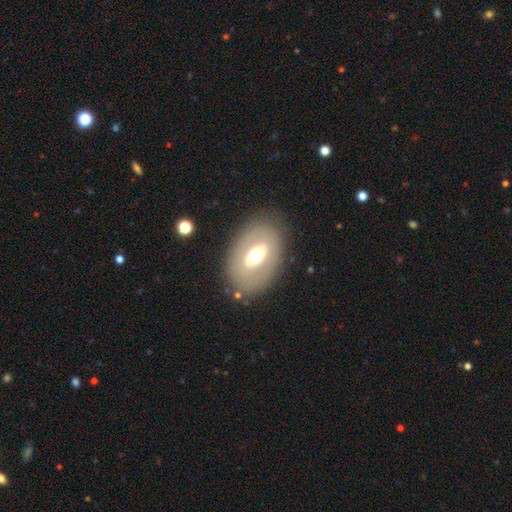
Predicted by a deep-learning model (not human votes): smooth_or_featured: featured or disk (p=0.48) [alt: smooth p=0.44]
merging: none (p=0.80) [alt: minor disturbance p=0.12]